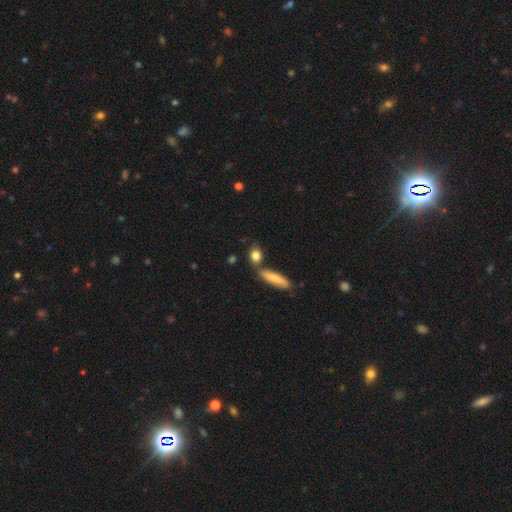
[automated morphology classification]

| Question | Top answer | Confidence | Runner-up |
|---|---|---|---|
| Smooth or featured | smooth | 81% | featured or disk (10%) |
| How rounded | round | 43% | in between (38%) |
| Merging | none | 67% | merger (17%) |